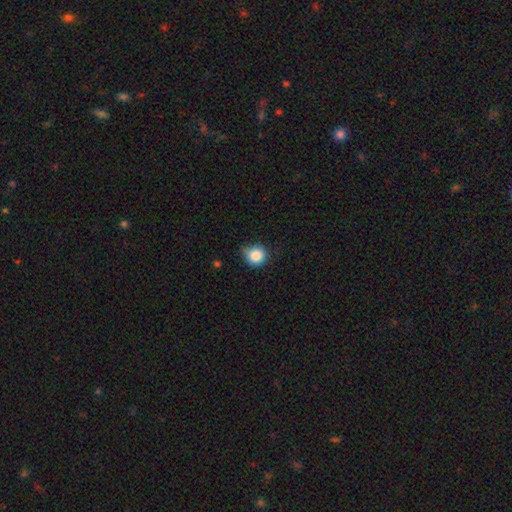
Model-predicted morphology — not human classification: The model was most divided on "merging": none: 57%, minor disturbance: 34%, major disturbance: 6%, merger: 3%. More confident: how rounded — round (88%); smooth or featured — smooth (85%).